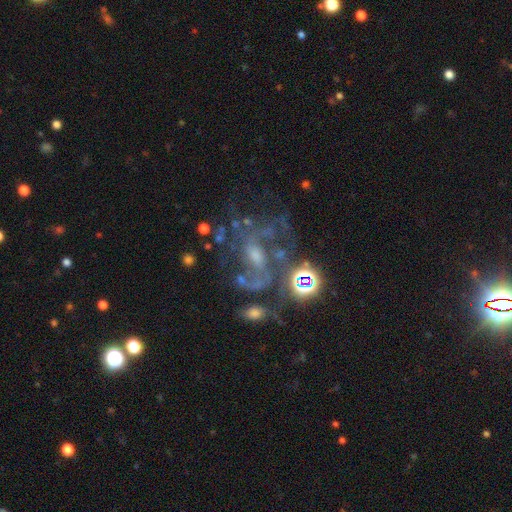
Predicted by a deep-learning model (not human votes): Overall: featured or disk (71%). Edge-on disk: no (97%). Bar: weak (45%; no 39%). Spiral arms: yes (86%). Spiral arm count: 2 (56%; can't tell 19%). Spiral winding: medium (46%; loose 37%). Bulge size: moderate (42%; small 33%). Merging: none (44%; major disturbance 27%).